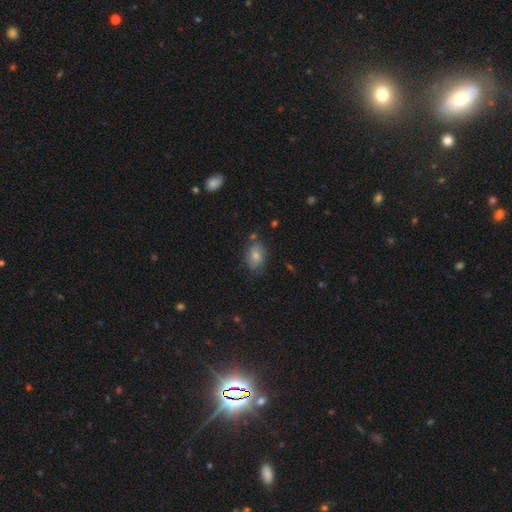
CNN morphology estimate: Smooth or featured? Predicted: smooth (p=0.68). How rounded? Predicted: in between (p=0.87). Merging? Predicted: none (p=0.66).